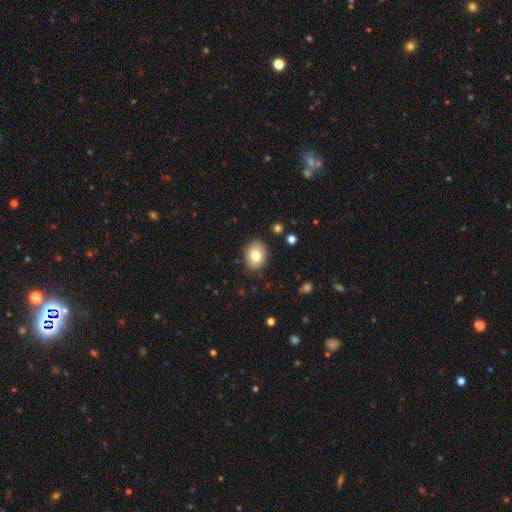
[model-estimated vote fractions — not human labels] This is likely a smooth galaxy (79%). How rounded: likely in between (61%). Merging: clearly none (87%).